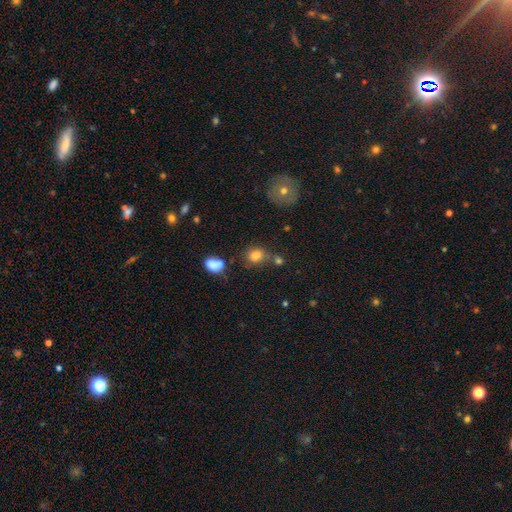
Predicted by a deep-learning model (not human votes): This is likely a smooth galaxy (79%). How rounded: likely round (63%). Merging: likely none (63%).